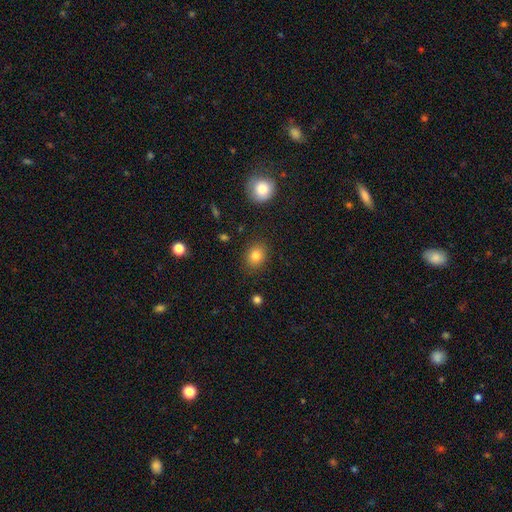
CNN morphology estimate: smooth_or_featured: smooth (p=0.82) [alt: star or artifact p=0.11]
how_rounded: round (p=0.59) [alt: in between p=0.40]
merging: none (p=0.87) [alt: minor disturbance p=0.09]